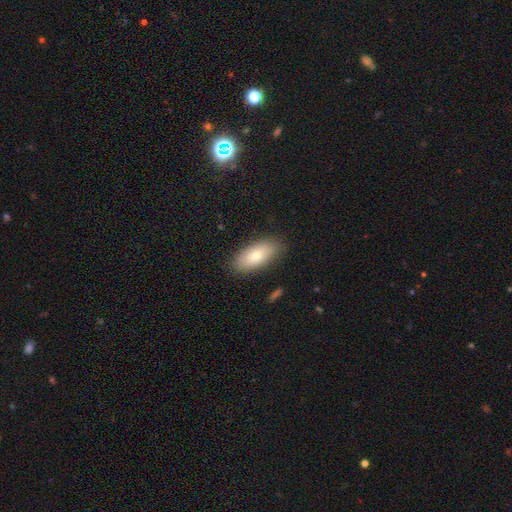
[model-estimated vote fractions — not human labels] A smooth galaxy with no disk features (76%) that is in between round and cigar-shaped (88%).

Vote fractions:
- Smooth or featured? smooth: 76% / featured or disk: 17% / star or artifact: 6%
- How rounded? in between: 88% / cigar-shaped: 9% / round: 3%
- Merging? none: 83% / minor disturbance: 12% / major disturbance: 3% / merger: 1%